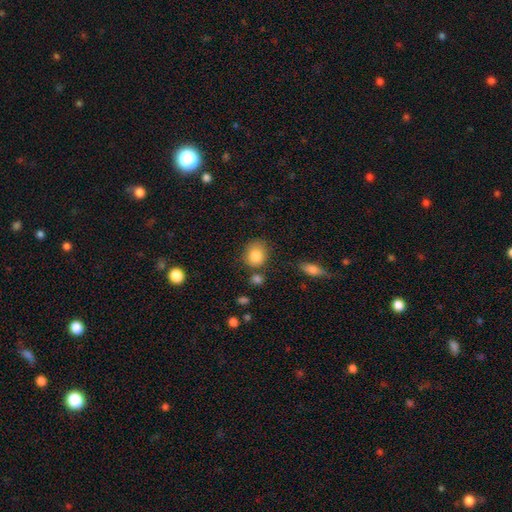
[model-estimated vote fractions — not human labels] smooth-or-featured: smooth: 84% | star or artifact: 9% | featured or disk: 7%
  how-rounded: round: 70% | in between: 29% | cigar-shaped: 1%
  merging: none: 70% | minor disturbance: 18% | merger: 7% | major disturbance: 5%